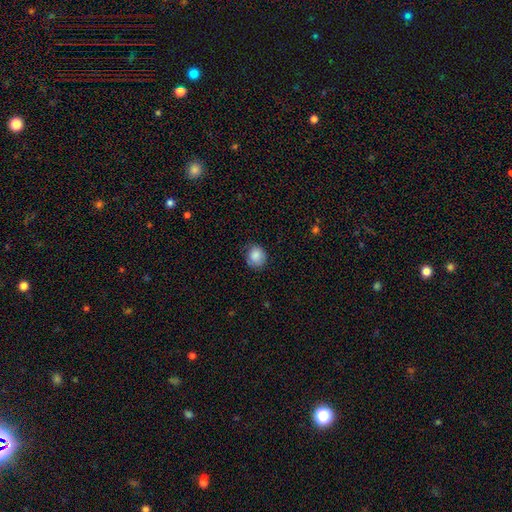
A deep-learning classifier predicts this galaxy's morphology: smooth_or_featured: smooth (p=0.85) [alt: star or artifact p=0.08]
how_rounded: round (p=0.72) [alt: in between p=0.27]
merging: none (p=0.74) [alt: minor disturbance p=0.20]